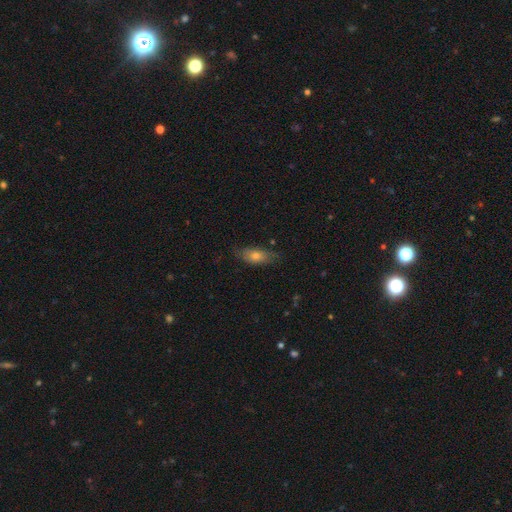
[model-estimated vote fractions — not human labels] Smooth or featured? Predicted: smooth (p=0.62). How rounded? Predicted: in between (p=0.73). Merging? Predicted: none (p=0.72).